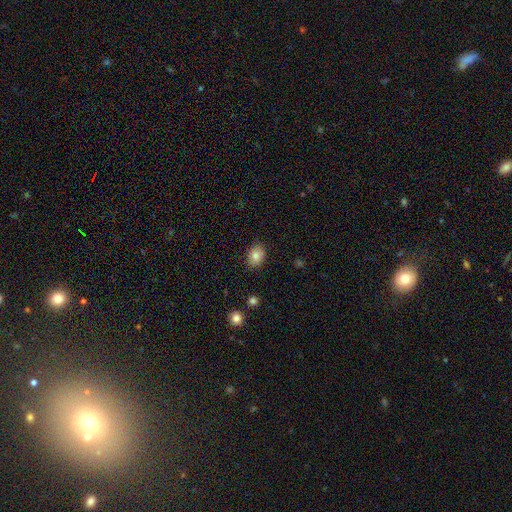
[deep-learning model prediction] Smooth or featured: smooth — 83% (featured or disk — 9%)
How rounded: in between — 66% (round — 33%)
Merging: none — 86% (minor disturbance — 11%)